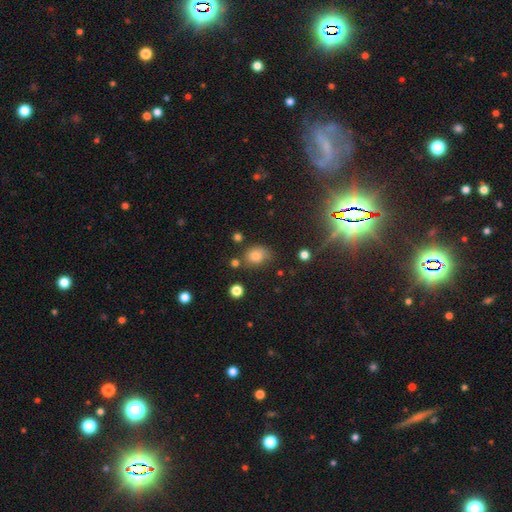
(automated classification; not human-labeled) Smooth or featured? smooth (73%)
How rounded? in between (54%)
Merging? none (59%)